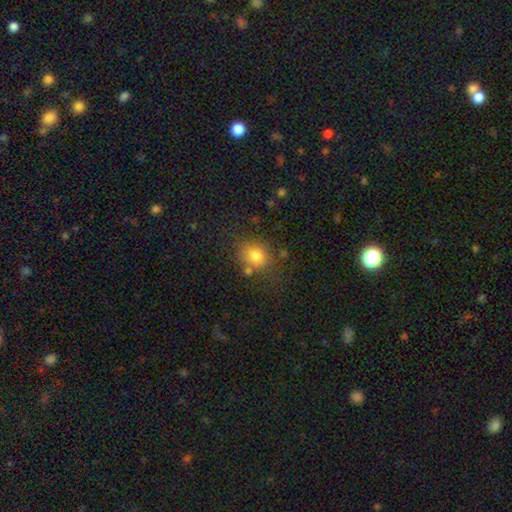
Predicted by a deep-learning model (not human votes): Overall: smooth (78%). How rounded: round (73%). Merging: none (69%).